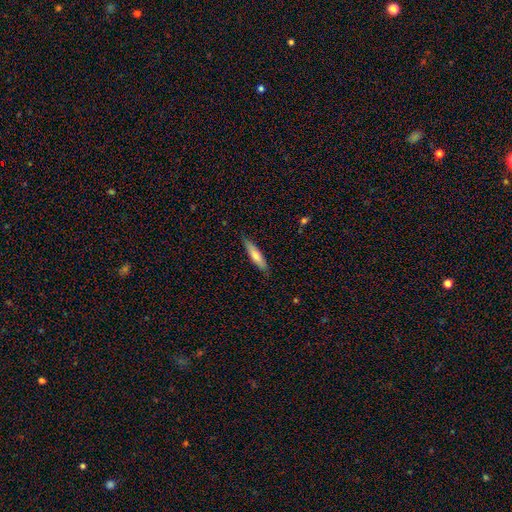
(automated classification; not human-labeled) Overall: smooth (69%). How rounded: cigar-shaped (82%). Merging: none (86%).